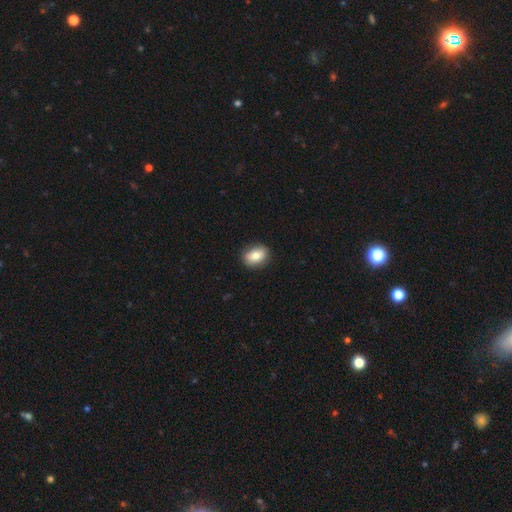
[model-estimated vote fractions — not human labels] Smooth or featured?
  - smooth: 80% *
  - featured or disk: 12%
  - star or artifact: 8%
How rounded?
  - in between: 69% *
  - round: 29%
  - cigar-shaped: 1%
Merging?
  - none: 87% *
  - minor disturbance: 9%
  - major disturbance: 2%
  - merger: 1%